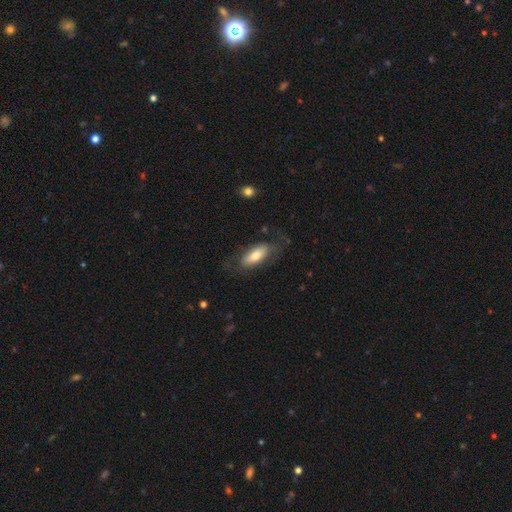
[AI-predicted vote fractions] This appears to be a smooth galaxy with no disk features (69%) that is in between round and cigar-shaped (78%). Merging: none (66%).